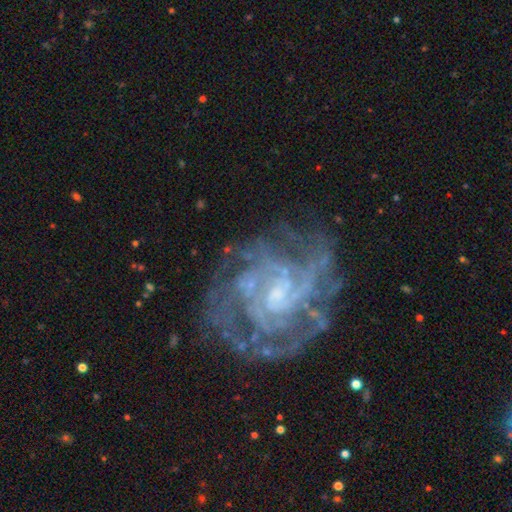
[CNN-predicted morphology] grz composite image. It shows a featured or disk galaxy (88%) with no bar (58%), tight (63%) spiral arms (95%) and a small central bulge (57%). Merging: none (67%).